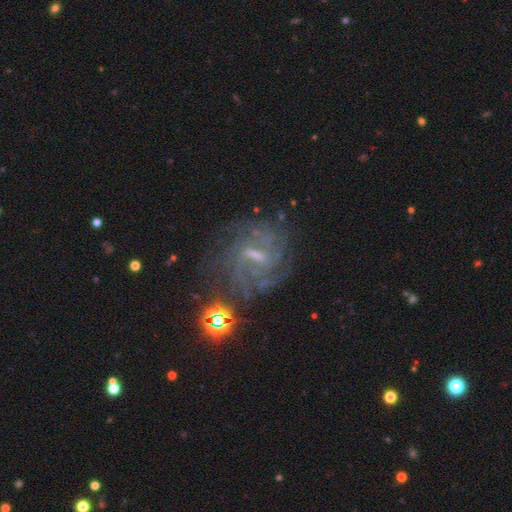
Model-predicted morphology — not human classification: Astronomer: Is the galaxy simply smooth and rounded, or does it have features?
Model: featured or disk — 80%.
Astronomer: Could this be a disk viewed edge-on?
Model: no — 96%.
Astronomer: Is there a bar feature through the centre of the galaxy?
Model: weak — 54% (runner-up: strong, 32%).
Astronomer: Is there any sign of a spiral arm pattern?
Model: yes — 91%.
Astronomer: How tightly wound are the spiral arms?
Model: tight — 50% (runner-up: medium, 39%).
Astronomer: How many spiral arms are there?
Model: can't tell — 42%.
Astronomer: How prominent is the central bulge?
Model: small — 45% (runner-up: moderate, 28%).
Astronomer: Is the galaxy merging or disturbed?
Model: none — 66%.